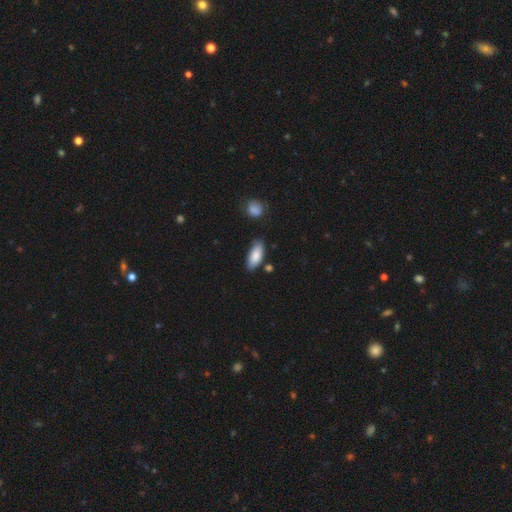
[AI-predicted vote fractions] This appears to be a smooth galaxy with no disk features (86%) that is in between round and cigar-shaped (84%). Merging: none (78%).